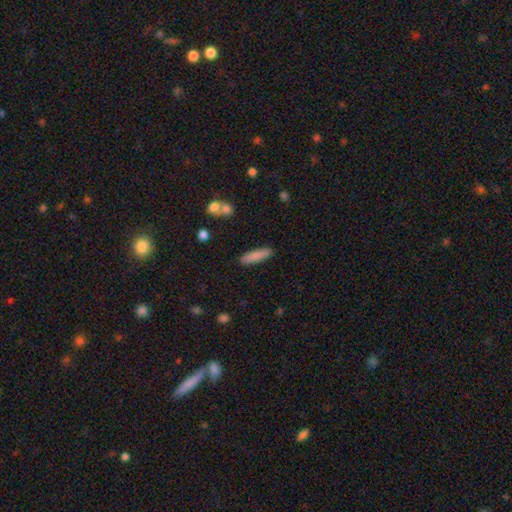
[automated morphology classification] Smooth or featured? smooth (84%)
How rounded? cigar-shaped (76%)
Merging? none (88%)